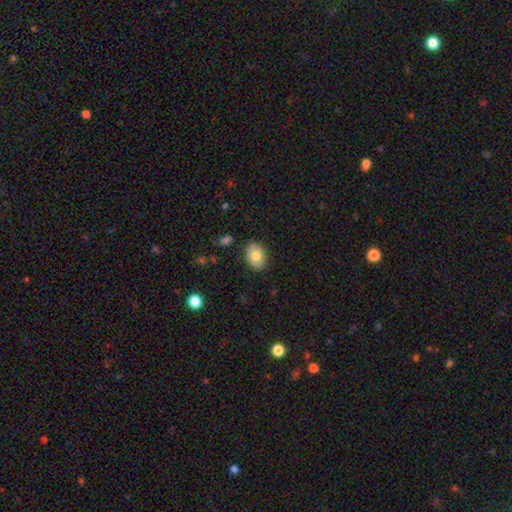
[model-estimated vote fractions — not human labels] Morphology: type=smooth (77%); roundness=in between (72%); merging=none (87%).